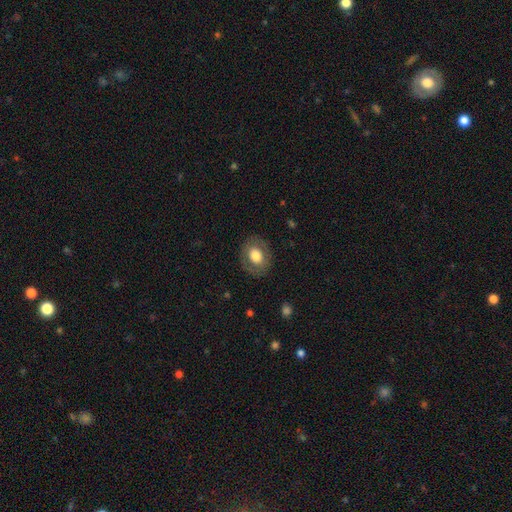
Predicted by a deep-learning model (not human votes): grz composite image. It shows a smooth galaxy with no disk features (68%) that is in between round and cigar-shaped (51%). Merging: none (83%).